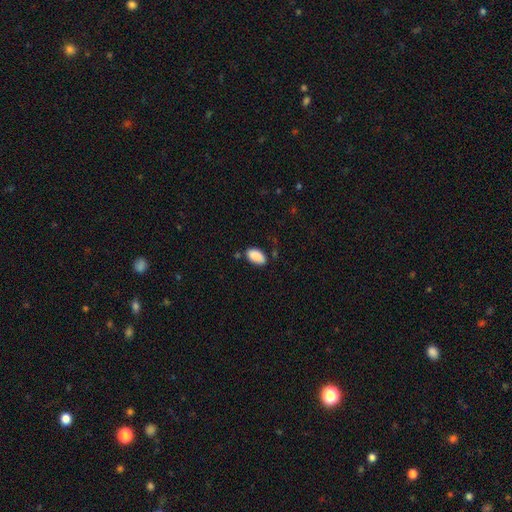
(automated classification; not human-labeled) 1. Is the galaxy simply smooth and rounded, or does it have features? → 89% smooth, 7% star or artifact, 4% featured or disk.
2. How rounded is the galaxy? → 94% in between, 4% round, 2% cigar-shaped.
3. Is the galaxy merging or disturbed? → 76% none, 17% minor disturbance, 3% major disturbance, 3% merger.